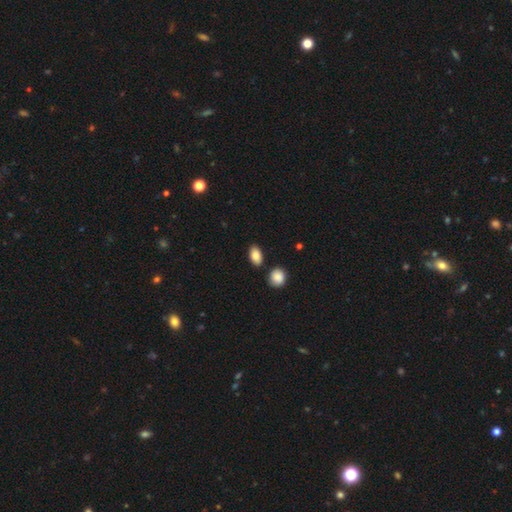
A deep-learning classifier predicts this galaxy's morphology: smooth 85%, star or artifact 8%, featured or disk 7%. Down the decision tree: how rounded — in between (90%); merging — none (83%).